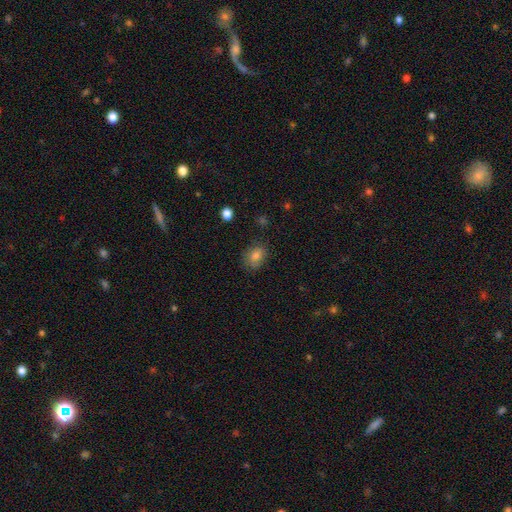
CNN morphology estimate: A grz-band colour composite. It shows a smooth galaxy with no disk features (80%) that is in between round and cigar-shaped (69%). Merging: none (80%).